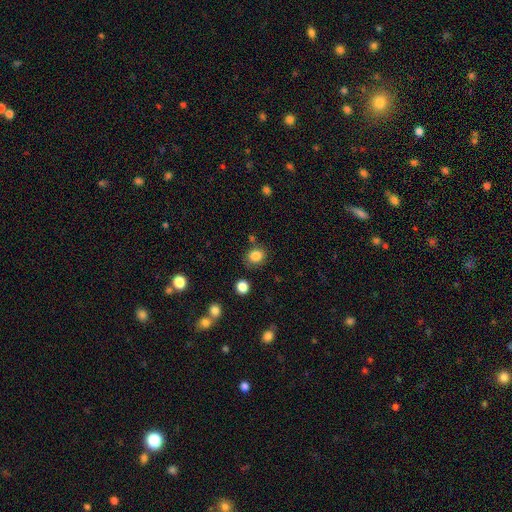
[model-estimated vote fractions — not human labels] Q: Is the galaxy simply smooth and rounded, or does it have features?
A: smooth — 85%.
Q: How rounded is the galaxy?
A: round — 62%.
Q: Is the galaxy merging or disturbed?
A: none — 78%.